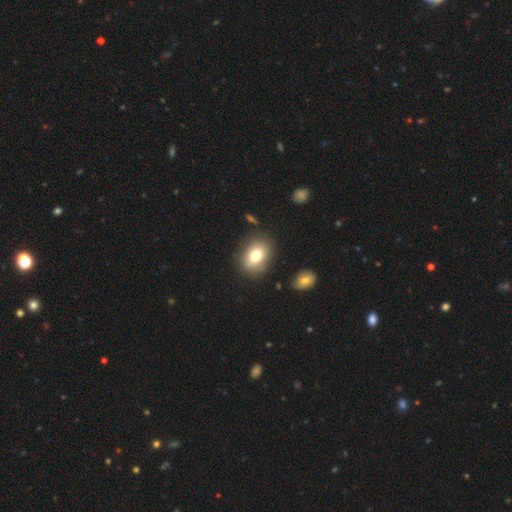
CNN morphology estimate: Smooth or featured?
  - smooth: 76% *
  - featured or disk: 15%
  - star or artifact: 10%
How rounded?
  - in between: 70% *
  - round: 29%
  - cigar-shaped: 1%
Merging?
  - none: 82% *
  - minor disturbance: 11%
  - major disturbance: 3%
  - merger: 3%